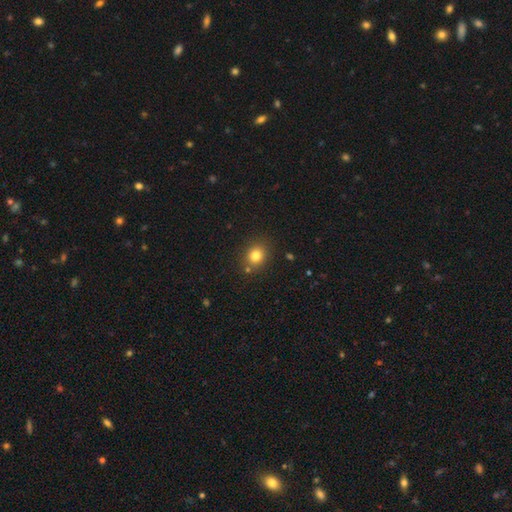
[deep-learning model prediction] A smooth galaxy with no disk features (80%) that is round (72%).

Vote fractions:
- Smooth or featured? smooth: 80% / star or artifact: 13% / featured or disk: 7%
- How rounded? round: 72% / in between: 27% / cigar-shaped: 1%
- Merging? none: 82% / minor disturbance: 9% / merger: 5% / major disturbance: 3%